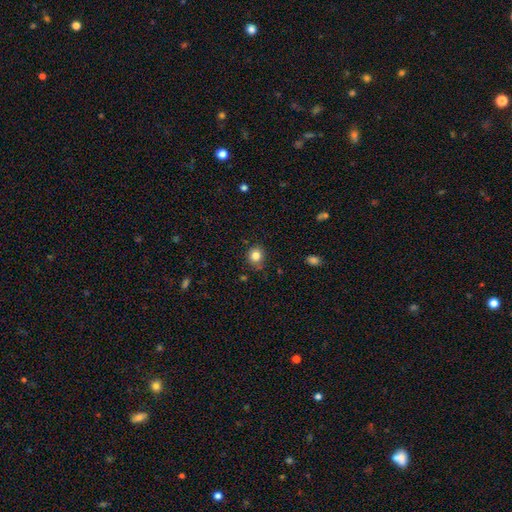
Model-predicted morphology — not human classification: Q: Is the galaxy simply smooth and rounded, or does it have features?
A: smooth — 83%.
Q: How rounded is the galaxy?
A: round — 81%.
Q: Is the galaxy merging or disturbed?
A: none — 81%.